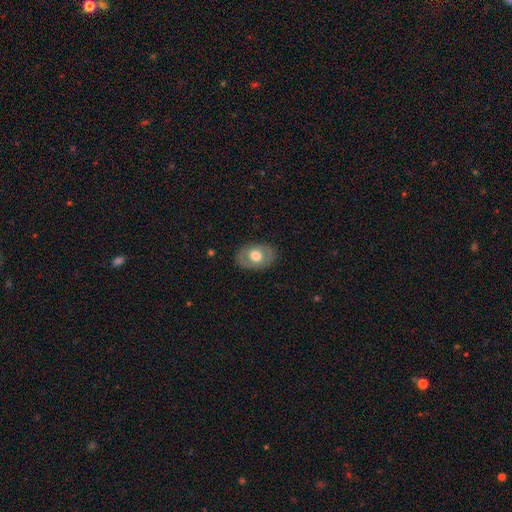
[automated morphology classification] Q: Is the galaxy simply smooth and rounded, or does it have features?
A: smooth — 53%.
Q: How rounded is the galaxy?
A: in between — 76%.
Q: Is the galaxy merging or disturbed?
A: none — 83%.